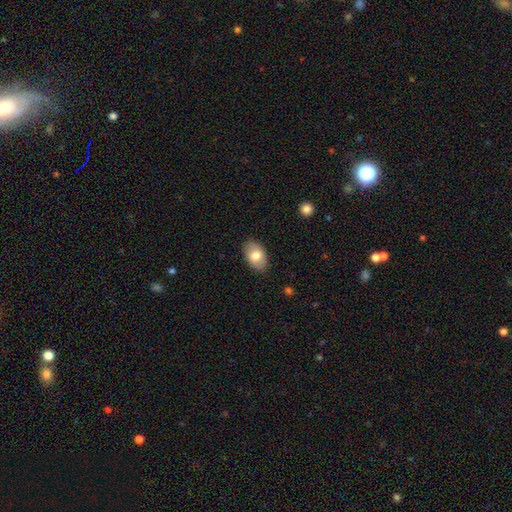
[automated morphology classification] A smooth galaxy with no disk features (77%) that is in between round and cigar-shaped (90%). Merging: none (86%).